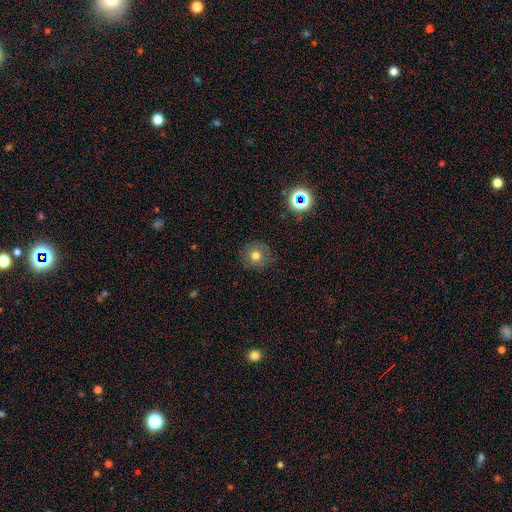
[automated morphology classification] Smooth or featured? Predicted: smooth (p=0.69). How rounded? Predicted: round (p=0.92). Merging? Predicted: none (p=0.83).